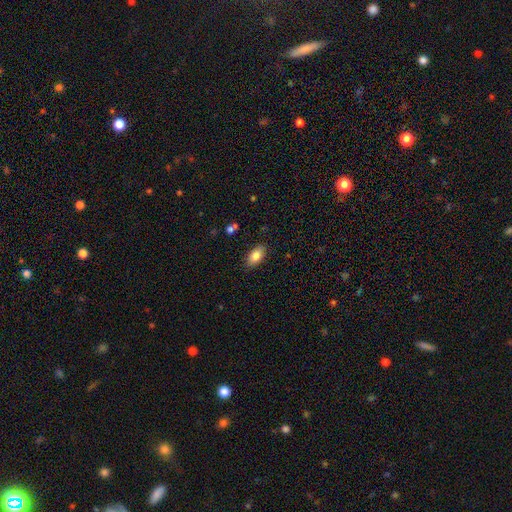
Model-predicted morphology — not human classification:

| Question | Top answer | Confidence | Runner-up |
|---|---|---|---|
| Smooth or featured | smooth | 84% | featured or disk (9%) |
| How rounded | in between | 92% | round (5%) |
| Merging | none | 86% | minor disturbance (10%) |